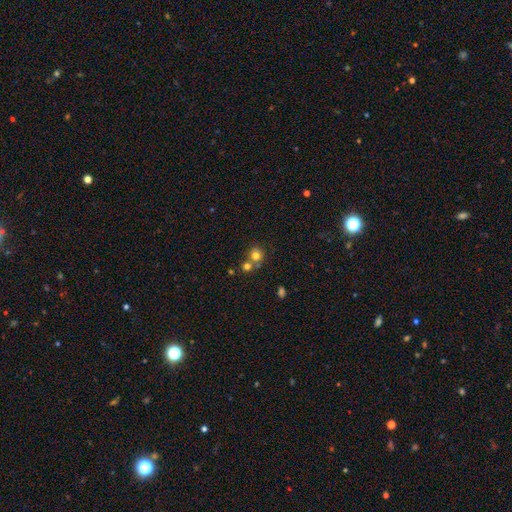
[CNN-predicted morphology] smooth 74%, star or artifact 14%, featured or disk 11%. Down the decision tree: how rounded — round (83%); merging — none (53%).